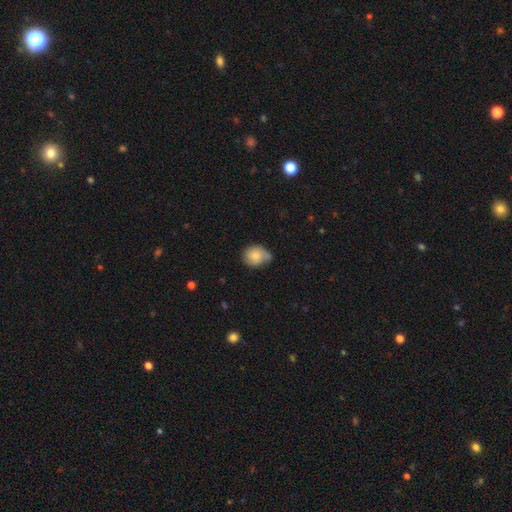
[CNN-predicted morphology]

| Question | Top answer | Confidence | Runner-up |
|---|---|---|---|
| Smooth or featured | smooth | 67% | featured or disk (26%) |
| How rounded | round | 55% | in between (44%) |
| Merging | none | 46% | minor disturbance (39%) |